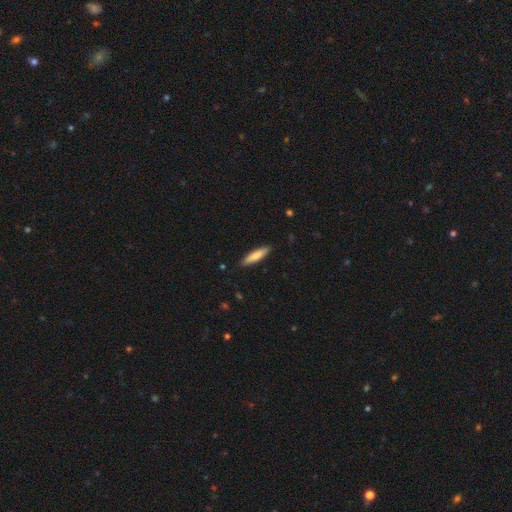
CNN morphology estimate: Smooth or featured: smooth — 80% (featured or disk — 15%)
How rounded: cigar-shaped — 75% (in between — 24%)
Merging: none — 88% (minor disturbance — 9%)